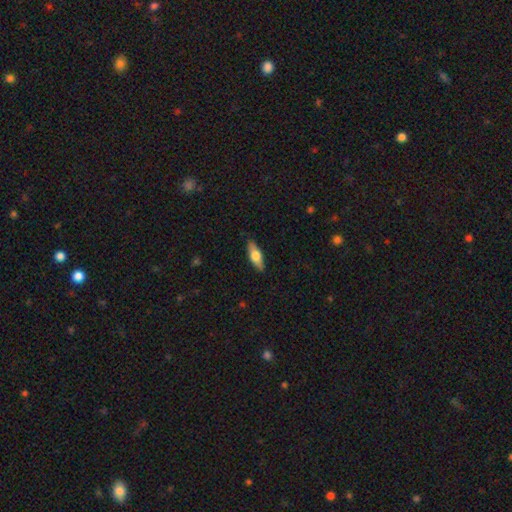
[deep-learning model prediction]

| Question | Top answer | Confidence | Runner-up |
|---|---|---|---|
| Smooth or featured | smooth | 59% | featured or disk (35%) |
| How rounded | in between | 61% | cigar-shaped (36%) |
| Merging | none | 87% | minor disturbance (10%) |